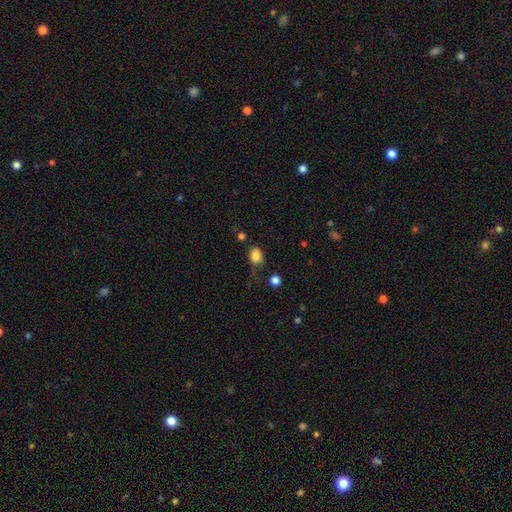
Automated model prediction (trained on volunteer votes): Q: Smooth or featured?
A: smooth (84%); runner-up: star or artifact (10%)
Q: How rounded?
A: in between (69%); runner-up: round (29%)
Q: Merging?
A: none (54%); runner-up: minor disturbance (29%)